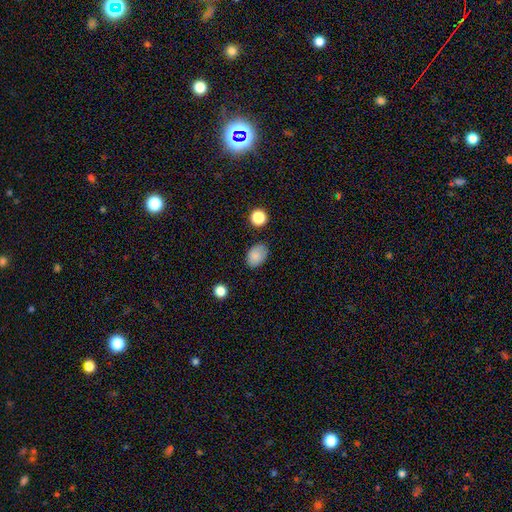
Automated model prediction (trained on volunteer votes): Q: Smooth or featured?
A: smooth (84%); runner-up: star or artifact (9%)
Q: How rounded?
A: in between (80%); runner-up: round (19%)
Q: Merging?
A: none (80%); runner-up: minor disturbance (15%)